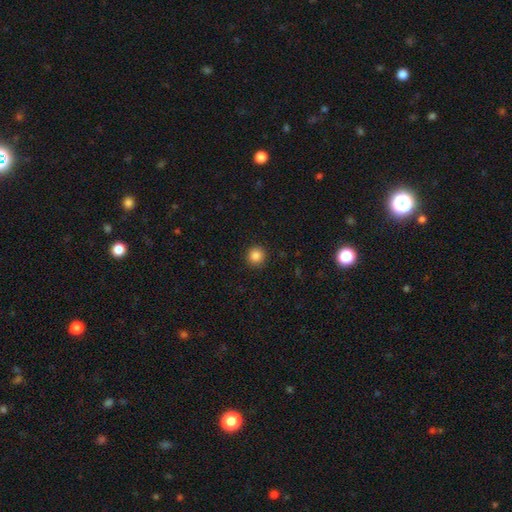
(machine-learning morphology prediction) smooth_or_featured: smooth (p=0.86) [alt: star or artifact p=0.11]
how_rounded: round (p=0.94) [alt: in between p=0.05]
merging: none (p=0.92) [alt: minor disturbance p=0.05]